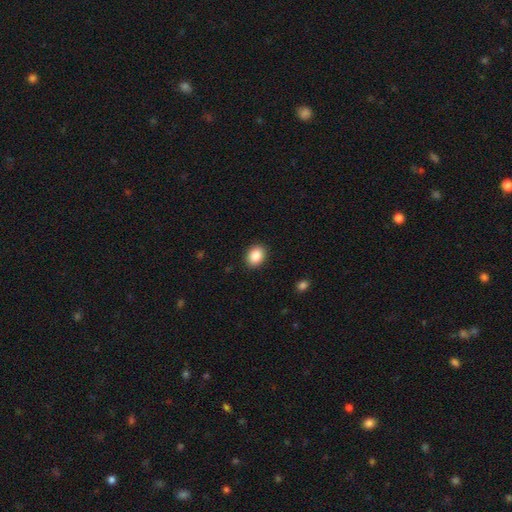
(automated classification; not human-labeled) A smooth galaxy with no disk features (87%) that is in between round and cigar-shaped (59%).

Vote fractions:
- Smooth or featured? smooth: 87% / star or artifact: 8% / featured or disk: 5%
- How rounded? in between: 59% / round: 40% / cigar-shaped: 1%
- Merging? none: 90% / minor disturbance: 7% / major disturbance: 2% / merger: 1%